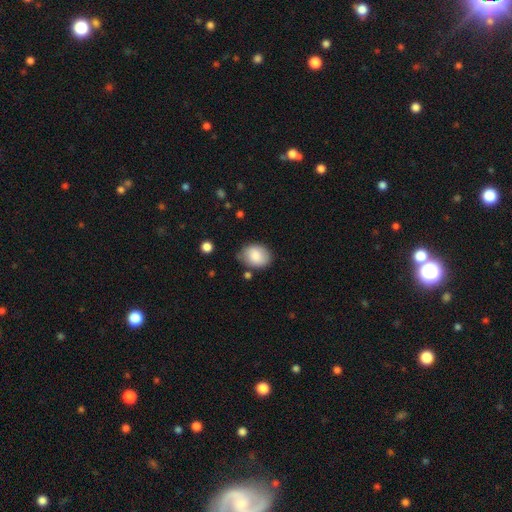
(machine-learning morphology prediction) This is clearly a smooth galaxy (84%). How rounded: likely in between (62%). Merging: likely none (70%).